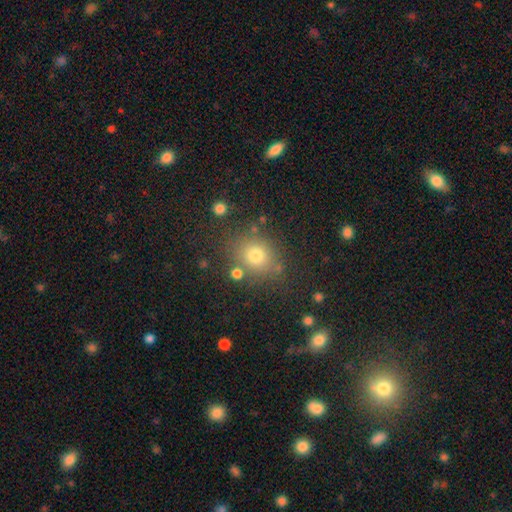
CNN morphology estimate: smooth 74%, star or artifact 17%, featured or disk 9%. Down the decision tree: how rounded — round (72%); merging — none (77%).